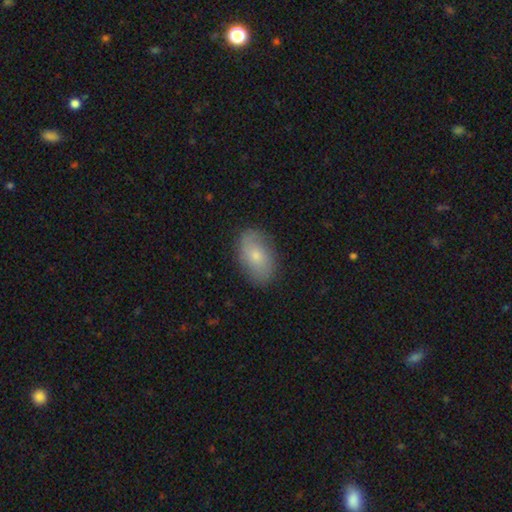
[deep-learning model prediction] smooth_or_featured: smooth (p=0.64) [alt: featured or disk p=0.29]
how_rounded: in between (p=0.89) [alt: round p=0.09]
merging: none (p=0.82) [alt: minor disturbance p=0.14]